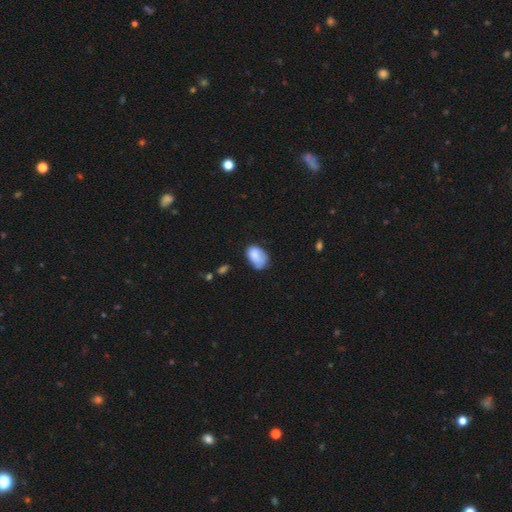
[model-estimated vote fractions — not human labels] This is clearly a smooth galaxy (81%). How rounded: clearly in between (87%). Merging: possibly none (51%).